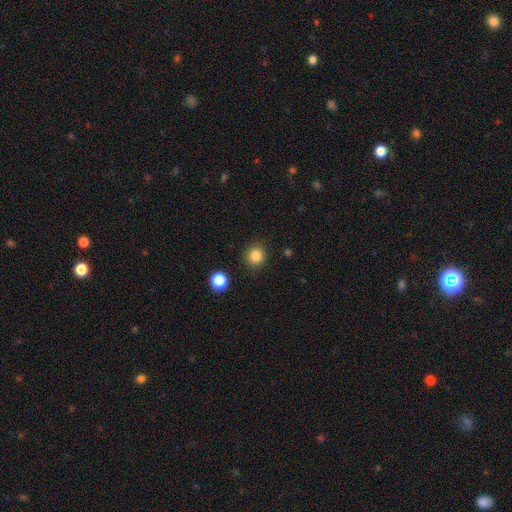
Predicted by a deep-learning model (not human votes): This is clearly a smooth galaxy (84%). How rounded: clearly round (87%). Merging: clearly none (89%).